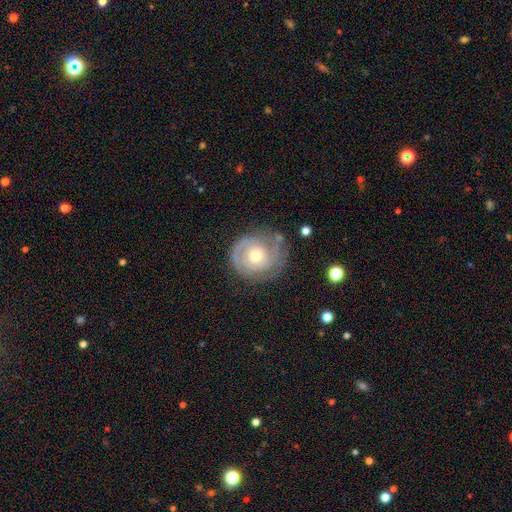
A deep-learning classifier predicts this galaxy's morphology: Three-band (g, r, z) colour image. It shows a featured or disk galaxy (79%) with no bar (79%), 2 (41%) tight (72%) spiral arms (89%) and a moderate central bulge (62%). Merging: none (73%).